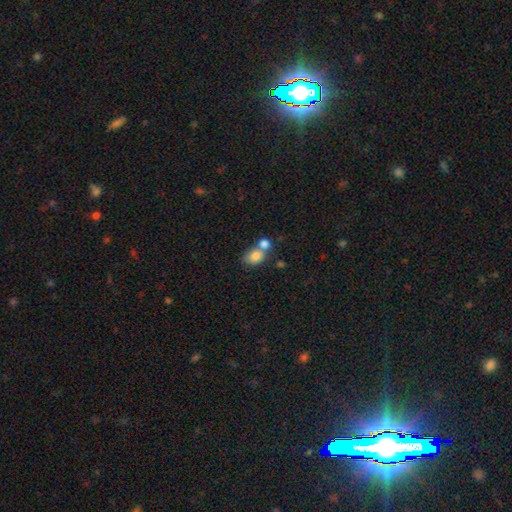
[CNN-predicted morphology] This appears to be a smooth galaxy with no disk features (82%) that is in between round and cigar-shaped (57%). Merging: merger (50%).